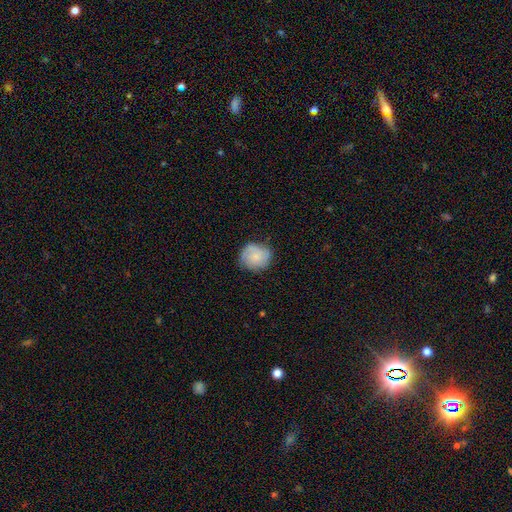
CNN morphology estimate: type=smooth (59%); roundness=round (85%); merging=none (75%).